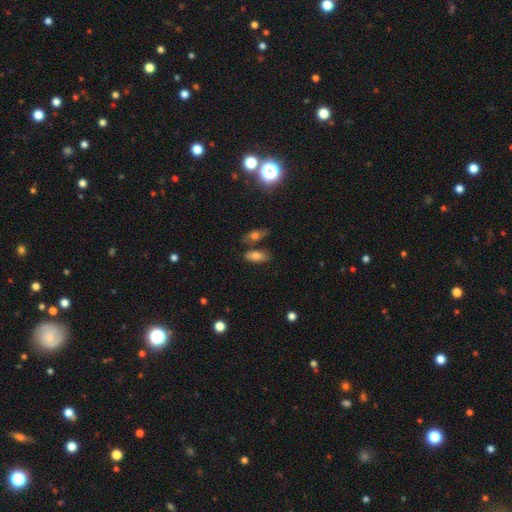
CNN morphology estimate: smooth-or-featured: smooth: 77% | featured or disk: 13% | star or artifact: 10%
  how-rounded: in between: 83% | cigar-shaped: 13% | round: 4%
  merging: none: 67% | merger: 15% | minor disturbance: 14% | major disturbance: 4%